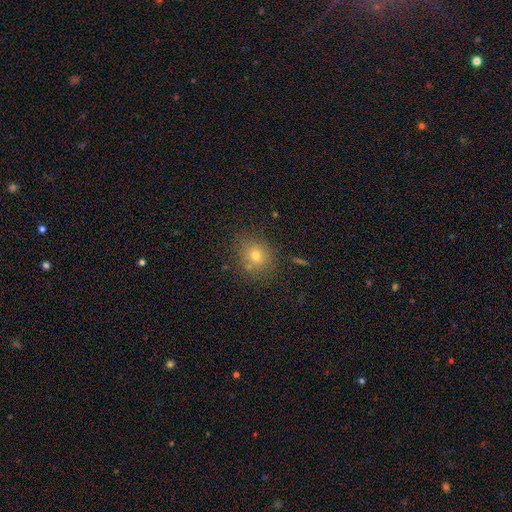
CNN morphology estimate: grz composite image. It shows a smooth galaxy with no disk features (71%) that is round (77%). Merging: none (76%).